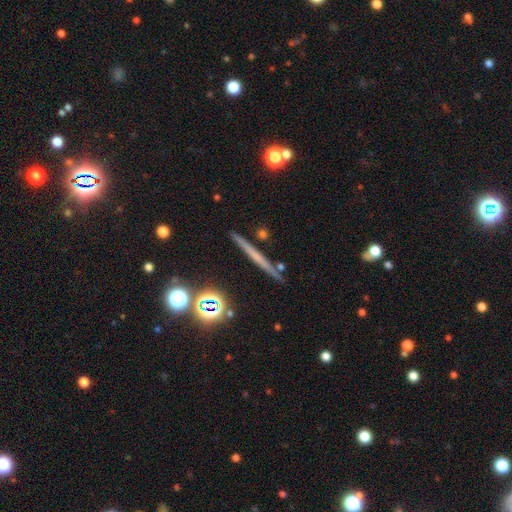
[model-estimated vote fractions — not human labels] A featured or disk galaxy (53%) viewed edge-on (96%) with no central bulge (78%). Merging: none (89%).